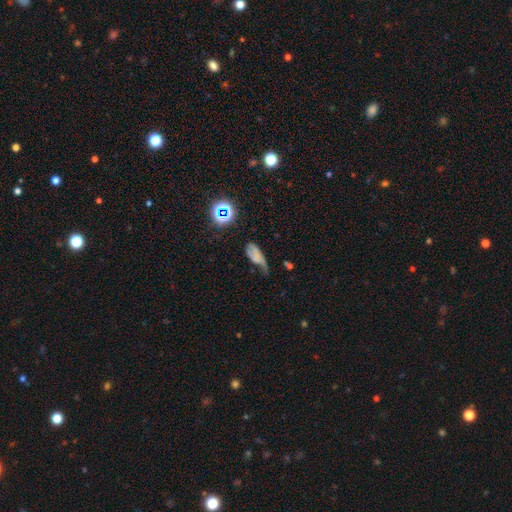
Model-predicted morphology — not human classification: A smooth galaxy with no disk features (53%) that is in between round and cigar-shaped (79%). Merging: minor disturbance (36%).